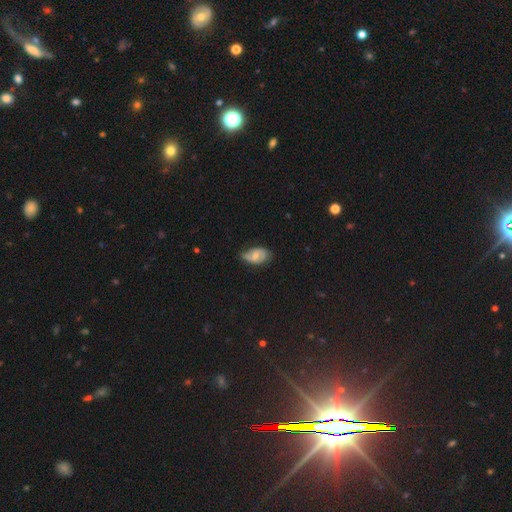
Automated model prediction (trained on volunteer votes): Overall: featured or disk (63%; smooth 29%). Edge-on disk: no (96%). Bar: no (47%; weak 43%). Spiral arms: yes (87%). Spiral arm count: 2 (80%). Spiral winding: medium (44%; tight 32%). Bulge size: moderate (52%; small 39%). Merging: none (64%; minor disturbance 28%).